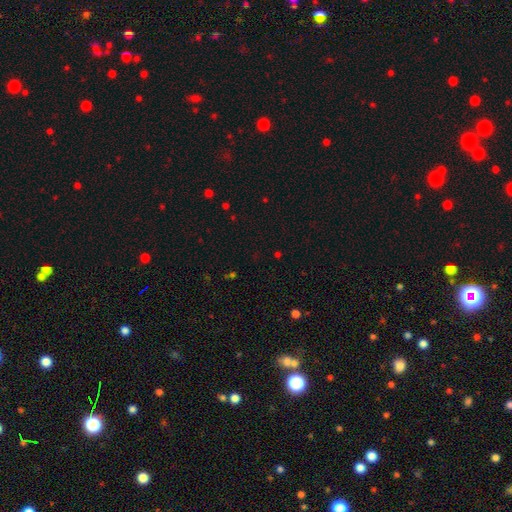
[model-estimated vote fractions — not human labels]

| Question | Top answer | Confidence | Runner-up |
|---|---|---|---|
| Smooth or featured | star or artifact | 62% | smooth (31%) |